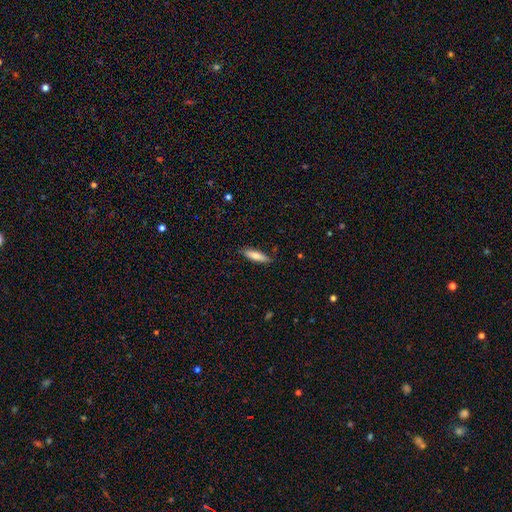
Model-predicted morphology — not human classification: Overall: smooth (76%). How rounded: cigar-shaped (68%; in between 30%). Merging: none (86%).